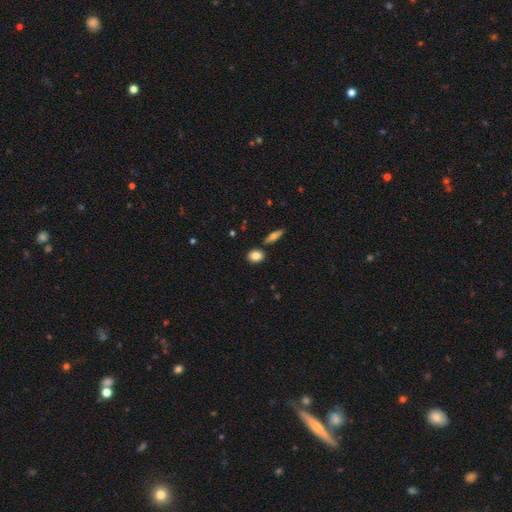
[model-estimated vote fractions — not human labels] This appears to be a smooth galaxy with no disk features (83%) that is round (51%). Merging: none (81%).